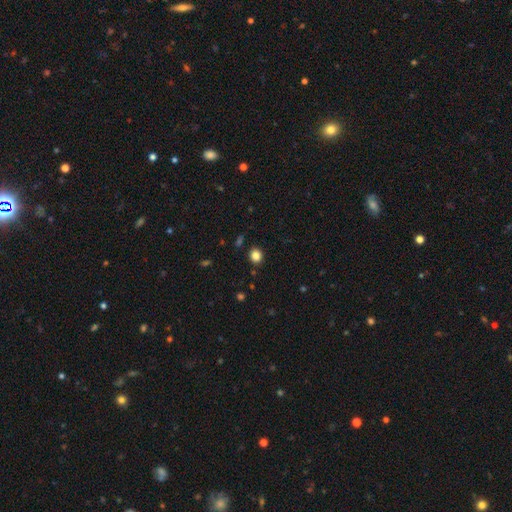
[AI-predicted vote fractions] Smooth or featured: smooth — 84% (star or artifact — 12%)
How rounded: round — 74% (in between — 25%)
Merging: none — 89% (minor disturbance — 7%)